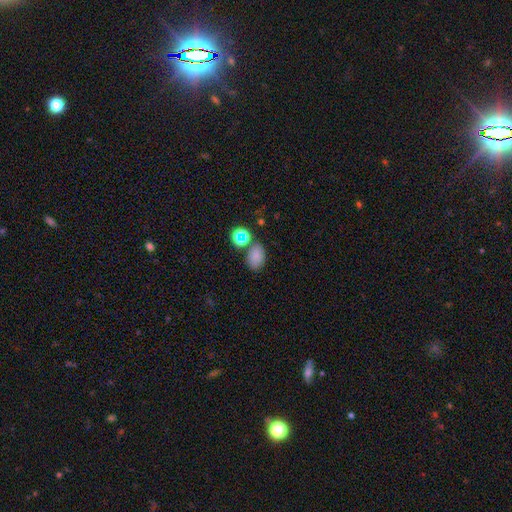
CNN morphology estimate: Smooth or featured? Predicted: smooth (p=0.76). How rounded? Predicted: in between (p=0.81). Merging? Predicted: none (p=0.68).